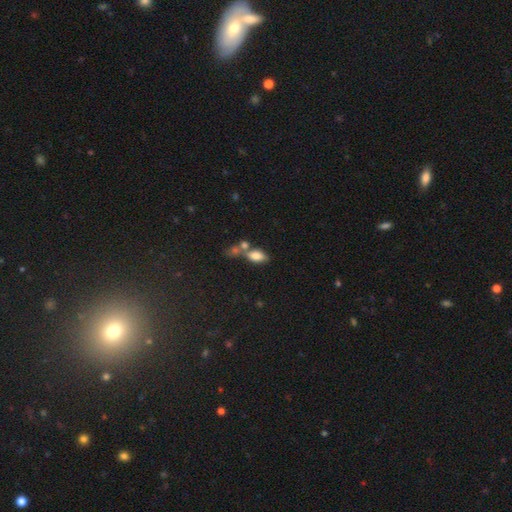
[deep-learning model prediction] This is likely a smooth galaxy (78%). How rounded: clearly in between (88%). Merging: marginally merger (45%).